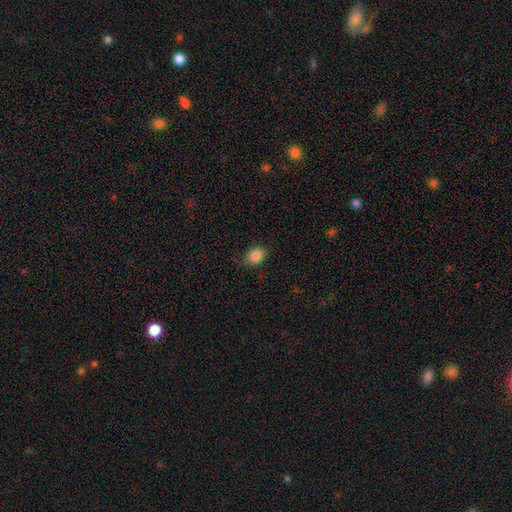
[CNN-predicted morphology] A smooth galaxy with no disk features (86%) that is in between round and cigar-shaped (70%).

Vote fractions:
- Smooth or featured? smooth: 86% / star or artifact: 9% / featured or disk: 5%
- How rounded? in between: 70% / round: 28% / cigar-shaped: 1%
- Merging? none: 79% / minor disturbance: 16% / major disturbance: 3% / merger: 1%